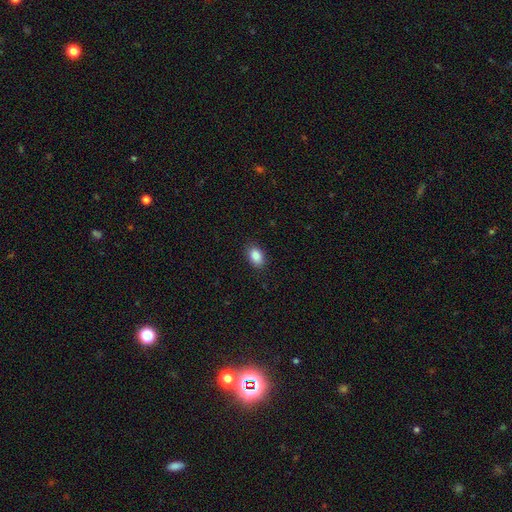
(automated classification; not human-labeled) This is clearly a smooth galaxy (88%). How rounded: clearly in between (87%). Merging: clearly none (87%).